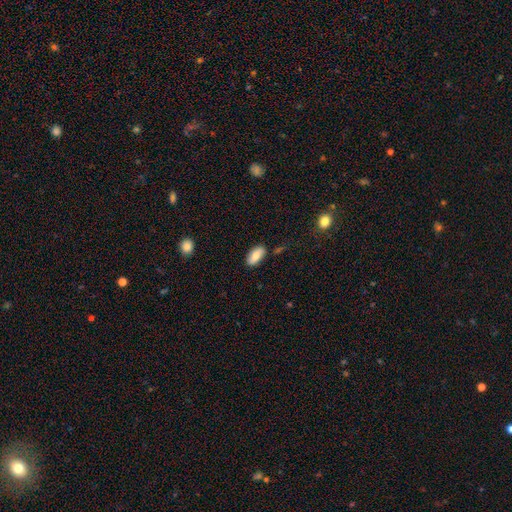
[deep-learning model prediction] Smooth or featured?
  - smooth: 79% *
  - featured or disk: 14%
  - star or artifact: 7%
How rounded?
  - in between: 91% *
  - cigar-shaped: 7%
  - round: 3%
Merging?
  - none: 81% *
  - minor disturbance: 13%
  - merger: 3%
  - major disturbance: 3%